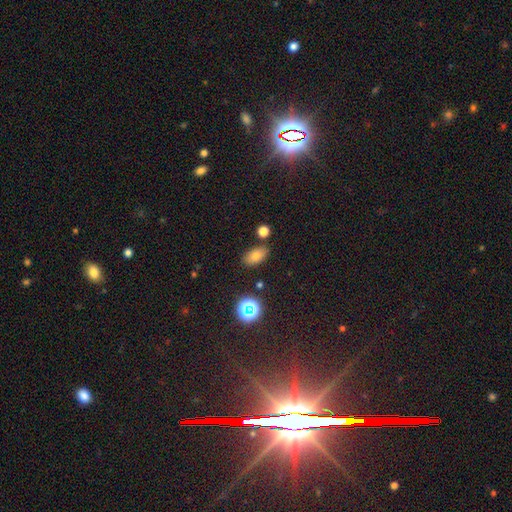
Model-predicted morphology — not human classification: This appears to be a smooth galaxy with no disk features (75%) that is in between round and cigar-shaped (88%). Merging: none (81%).